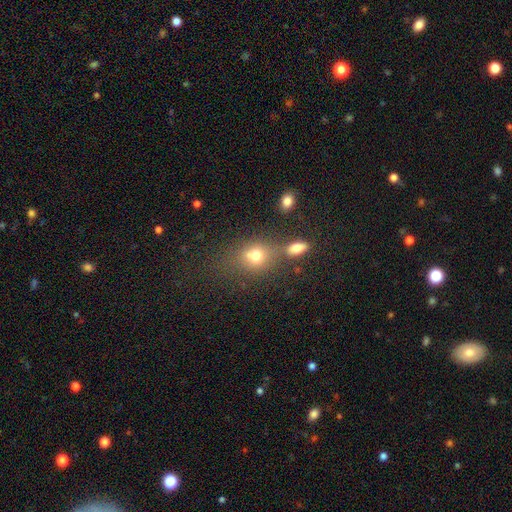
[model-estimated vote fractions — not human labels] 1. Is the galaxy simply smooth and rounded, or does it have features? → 71% smooth, 15% star or artifact, 14% featured or disk.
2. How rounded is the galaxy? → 55% round, 43% in between, 2% cigar-shaped.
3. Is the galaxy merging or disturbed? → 47% none, 31% merger, 14% minor disturbance, 8% major disturbance.